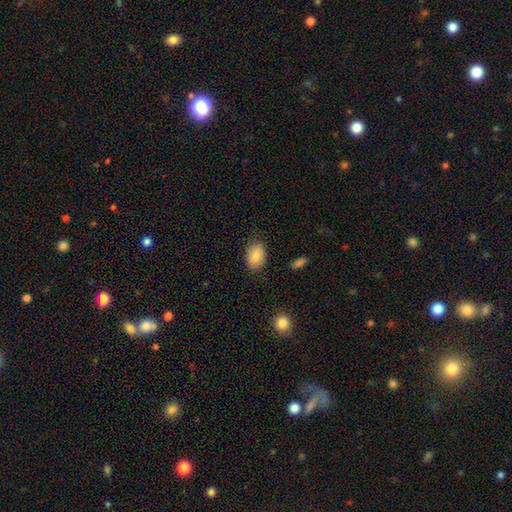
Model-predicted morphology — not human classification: This appears to be a smooth galaxy with no disk features (86%) that is in between round and cigar-shaped (82%). Merging: none (82%).